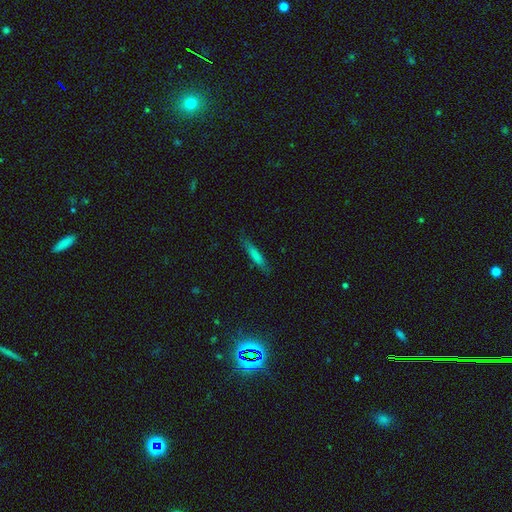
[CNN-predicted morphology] This appears to be a smooth galaxy with no disk features (73%) that is cigar-shaped (90%). Merging: none (83%).